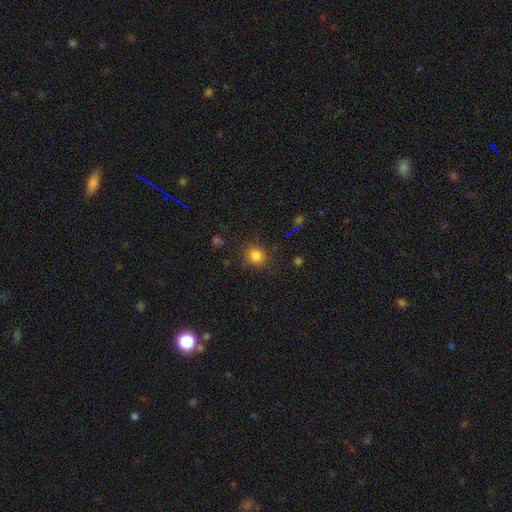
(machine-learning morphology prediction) Smooth or featured? smooth (83%)
How rounded? round (82%)
Merging? none (83%)